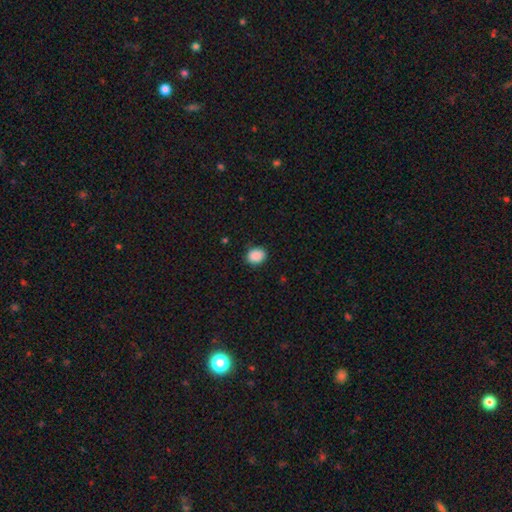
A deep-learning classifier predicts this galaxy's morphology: Overall: smooth (89%). How rounded: round (53%; in between 47%). Merging: none (89%).